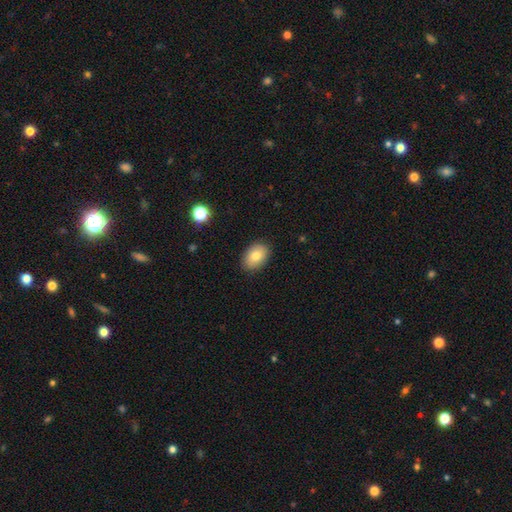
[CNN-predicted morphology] Smooth or featured? smooth (81%)
How rounded? in between (82%)
Merging? none (87%)